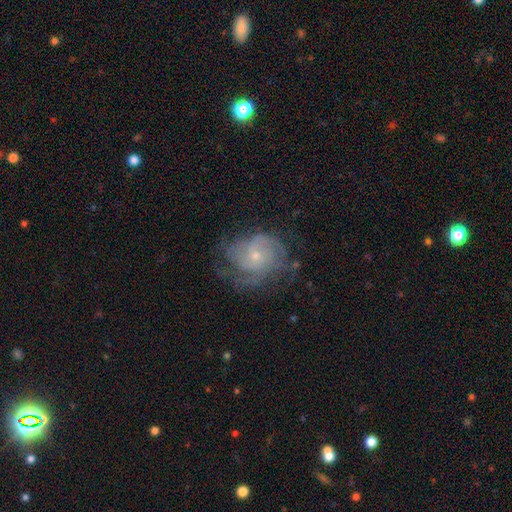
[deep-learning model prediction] A featured or disk galaxy (72%) with no bar (79%), tight (46%) spiral arms (83%) and a small central bulge (72%).

Vote fractions:
- Smooth or featured? featured or disk: 72% / smooth: 20% / star or artifact: 9%
- Edge-on disk? no: 98% / yes: 2%
- Bar? no: 79% / weak: 19% / strong: 3%
- Spiral arms? yes: 83% / no: 17%
- Spiral winding? tight: 46% / medium: 38% / loose: 16%
- Spiral arm count? can't tell: 42% / 3: 20% / 2: 16% / 4: 12% / 1: 6% / more than 4: 5%
- Bulge size? small: 72% / moderate: 23% / none: 2% / large: 1% / dominant: 1%
- Merging? none: 51% / minor disturbance: 25% / major disturbance: 22% / merger: 2%